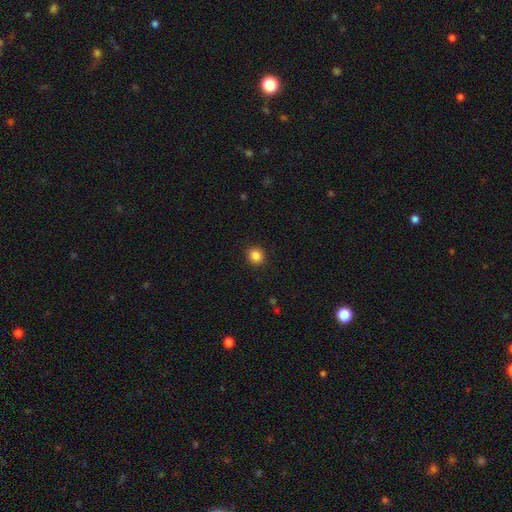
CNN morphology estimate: A smooth galaxy with no disk features (86%) that is round (88%).

Vote fractions:
- Smooth or featured? smooth: 86% / star or artifact: 10% / featured or disk: 3%
- How rounded? round: 88% / in between: 11% / cigar-shaped: 1%
- Merging? none: 92% / minor disturbance: 6% / major disturbance: 2% / merger: 1%